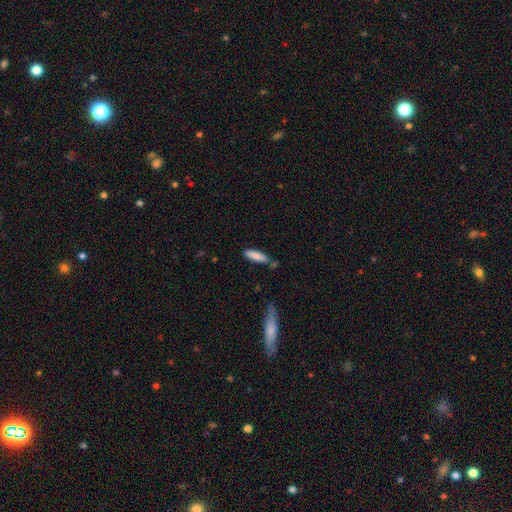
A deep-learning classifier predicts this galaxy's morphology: The model was most divided on "how rounded": cigar-shaped: 69%, in between: 30%, round: 1%. More confident: smooth or featured — smooth (84%); merging — none (63%).